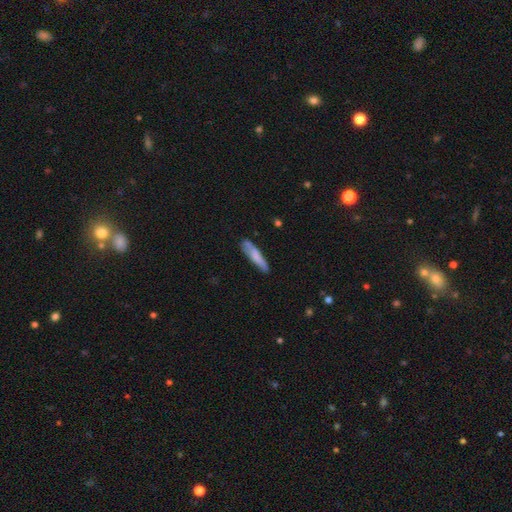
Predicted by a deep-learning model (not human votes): Smooth or featured? Predicted: smooth (p=0.72). How rounded? Predicted: cigar-shaped (p=0.84). Merging? Predicted: none (p=0.73).